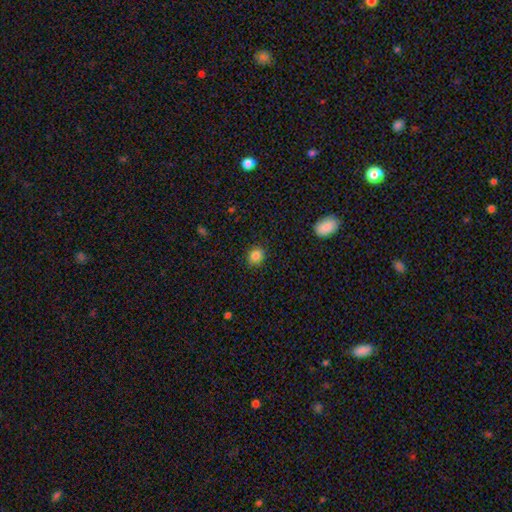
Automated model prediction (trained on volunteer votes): Smooth or featured?
  - smooth: 85% *
  - star or artifact: 11%
  - featured or disk: 4%
How rounded?
  - round: 76% *
  - in between: 23%
  - cigar-shaped: 1%
Merging?
  - none: 87% *
  - minor disturbance: 9%
  - major disturbance: 2%
  - merger: 1%